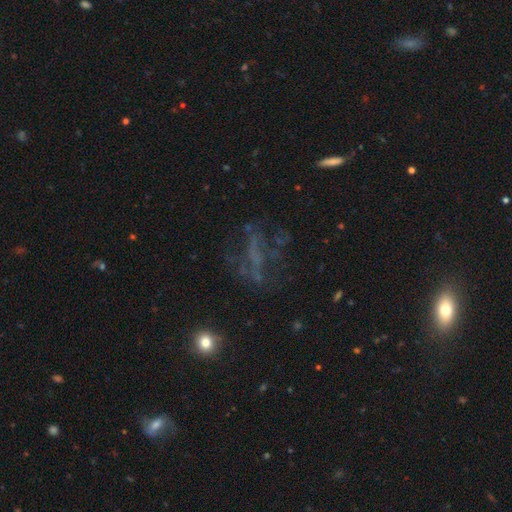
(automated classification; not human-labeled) Morphology: type=featured or disk (47%); merging=none (52%).